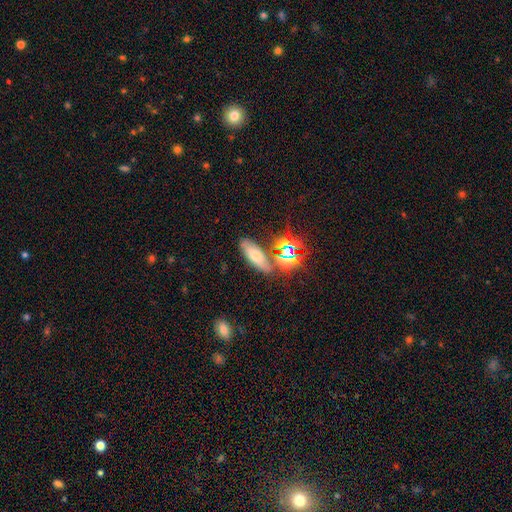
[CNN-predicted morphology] A smooth galaxy with no disk features (60%) that is in between round and cigar-shaped (59%).

Vote fractions:
- Smooth or featured? smooth: 60% / star or artifact: 23% / featured or disk: 18%
- How rounded? in between: 59% / cigar-shaped: 33% / round: 7%
- Merging? none: 76% / minor disturbance: 13% / merger: 7% / major disturbance: 4%